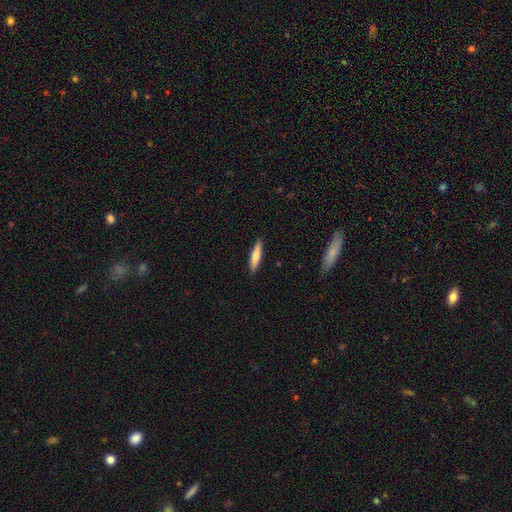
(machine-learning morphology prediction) smooth 70%, featured or disk 25%, star or artifact 6%. Down the decision tree: how rounded — cigar-shaped (79%); merging — none (89%).